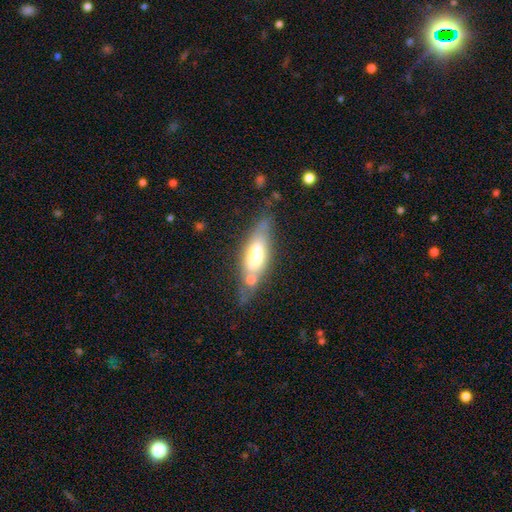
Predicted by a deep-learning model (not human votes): smooth 52%, featured or disk 40%, star or artifact 7%. Down the decision tree: how rounded — in between (53%); merging — none (59%).